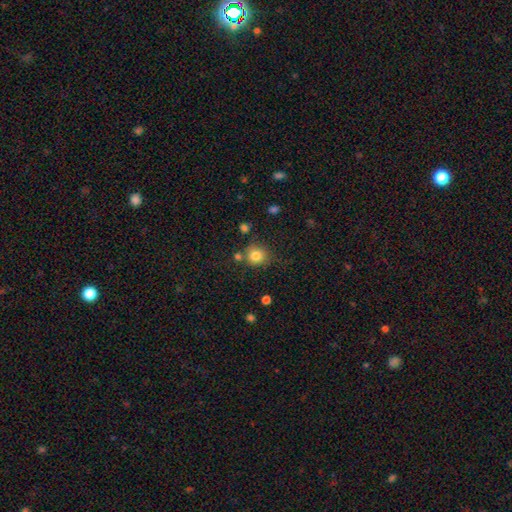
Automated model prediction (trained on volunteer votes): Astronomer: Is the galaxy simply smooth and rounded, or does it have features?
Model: smooth — 82%.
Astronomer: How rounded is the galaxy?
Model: round — 88%.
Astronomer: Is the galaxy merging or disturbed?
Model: none — 73%.